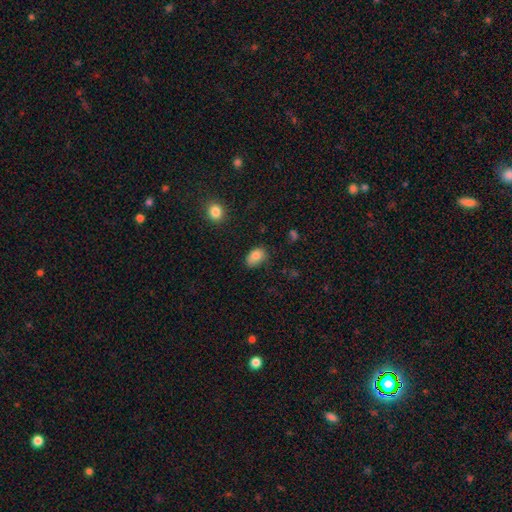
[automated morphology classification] Overall: smooth (84%). How rounded: in between (84%). Merging: none (64%; minor disturbance 28%).